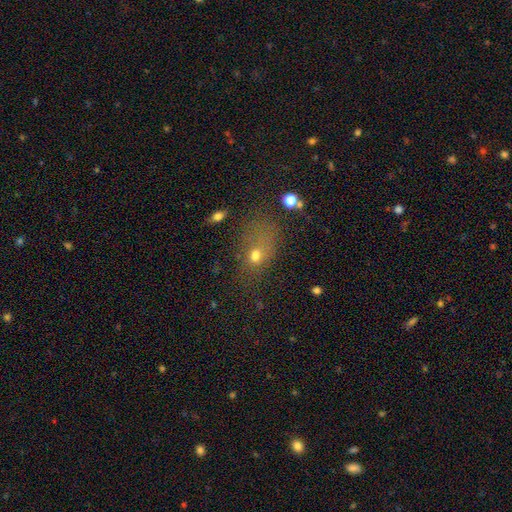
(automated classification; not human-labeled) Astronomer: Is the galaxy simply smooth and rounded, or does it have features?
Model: smooth — 62%.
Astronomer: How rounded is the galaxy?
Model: in between — 62%.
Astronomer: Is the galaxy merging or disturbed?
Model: none — 34% (runner-up: major disturbance, 31%).